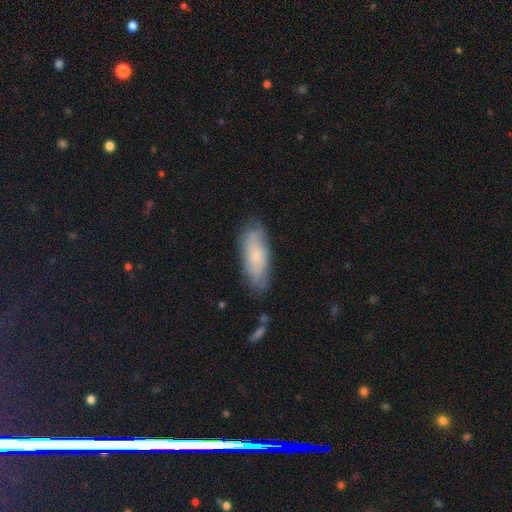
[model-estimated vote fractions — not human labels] This appears to be a smooth galaxy with no disk features (66%) that is in between round and cigar-shaped (68%). Merging: none (72%).